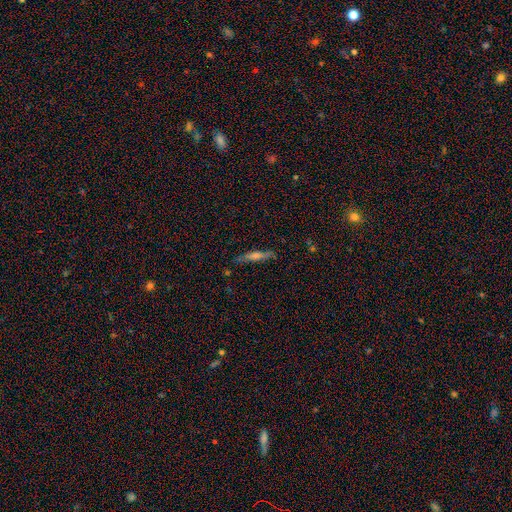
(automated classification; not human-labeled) The model was most divided on "smooth or featured": featured or disk: 51%, smooth: 39%, star or artifact: 9%. More confident: edge-on disk — yes (92%); merging — none (84%).